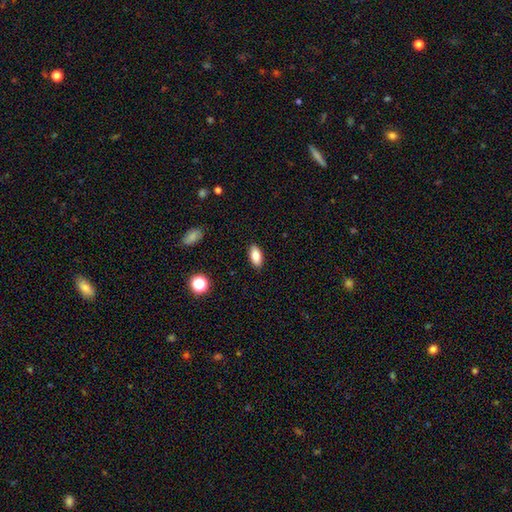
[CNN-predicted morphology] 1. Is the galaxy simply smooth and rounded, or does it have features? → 81% smooth, 11% featured or disk, 8% star or artifact.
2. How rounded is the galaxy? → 87% in between, 10% cigar-shaped, 3% round.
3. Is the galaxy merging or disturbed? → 89% none, 8% minor disturbance, 2% major disturbance, 1% merger.